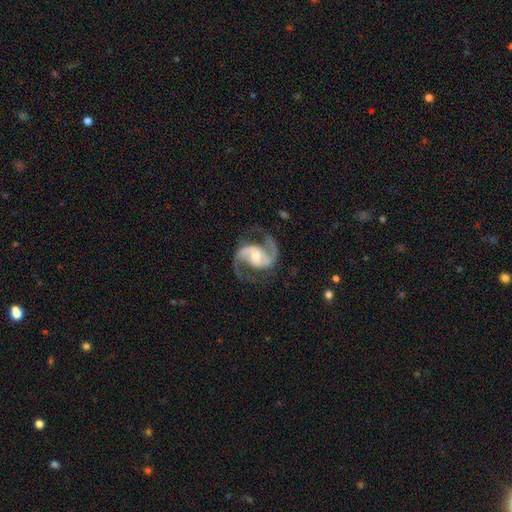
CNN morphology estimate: Overall: featured or disk (93%). Edge-on disk: no (98%). Bar: weak (43%; no 31%). Spiral arms: yes (98%). Spiral arm count: 2 (94%). Spiral winding: medium (60%; loose 29%). Bulge size: moderate (60%; small 32%). Merging: none (78%).